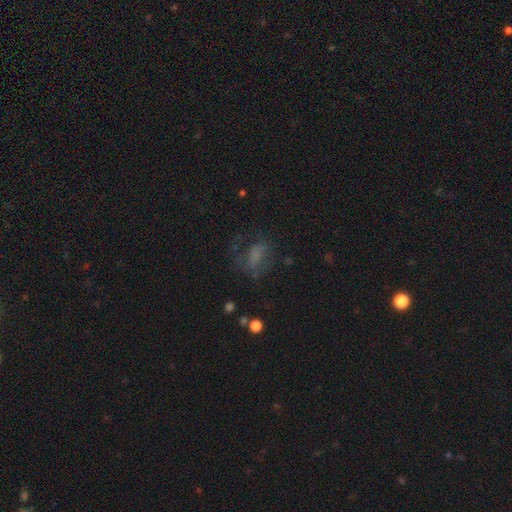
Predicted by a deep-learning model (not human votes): smooth-or-featured: smooth: 47% | featured or disk: 32% | star or artifact: 21%
  merging: none: 47% | major disturbance: 30% | minor disturbance: 21% | merger: 2%